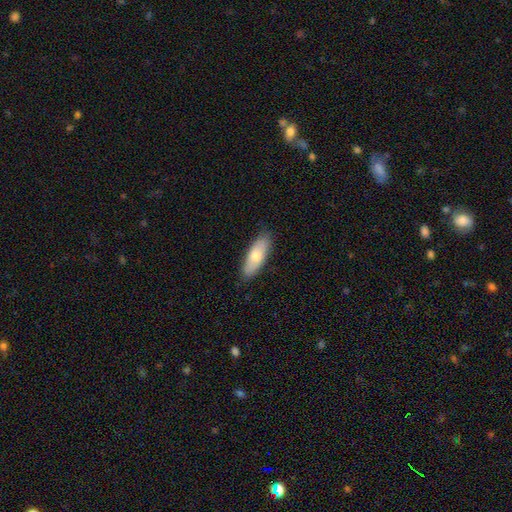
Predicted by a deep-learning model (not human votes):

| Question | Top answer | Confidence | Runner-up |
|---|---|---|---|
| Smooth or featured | smooth | 69% | featured or disk (24%) |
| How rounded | in between | 68% | cigar-shaped (30%) |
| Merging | none | 86% | minor disturbance (11%) |